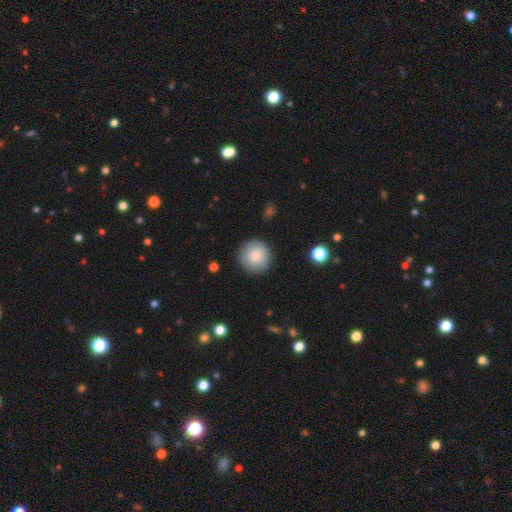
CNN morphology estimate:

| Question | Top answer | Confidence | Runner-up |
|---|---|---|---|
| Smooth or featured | smooth | 84% | featured or disk (9%) |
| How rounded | round | 94% | in between (5%) |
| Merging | none | 88% | minor disturbance (9%) |